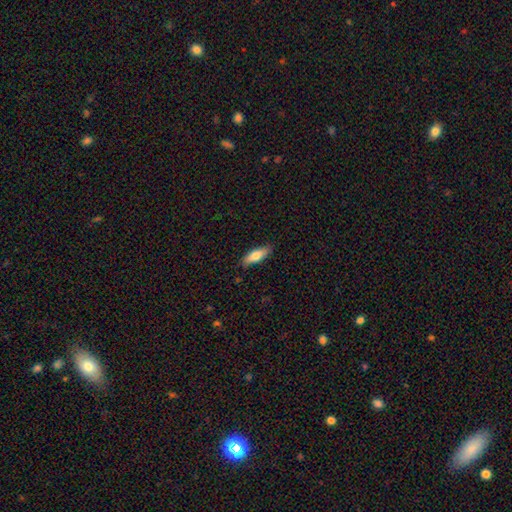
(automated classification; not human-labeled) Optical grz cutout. It shows a smooth galaxy with no disk features (73%) that is in between round and cigar-shaped (58%). Merging: none (84%).